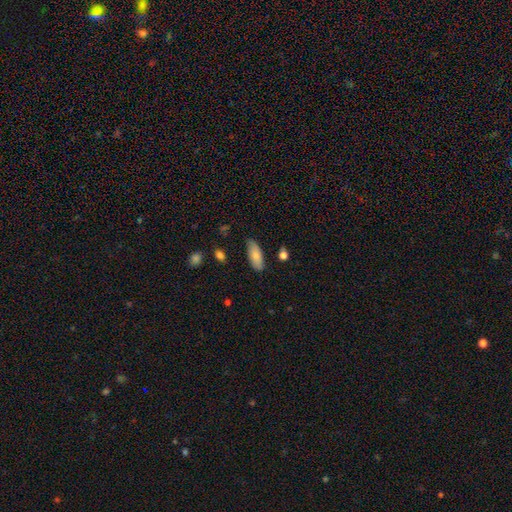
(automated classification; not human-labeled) Q: Smooth or featured?
A: smooth (81%); runner-up: featured or disk (13%)
Q: How rounded?
A: in between (80%); runner-up: cigar-shaped (19%)
Q: Merging?
A: none (78%); runner-up: minor disturbance (17%)